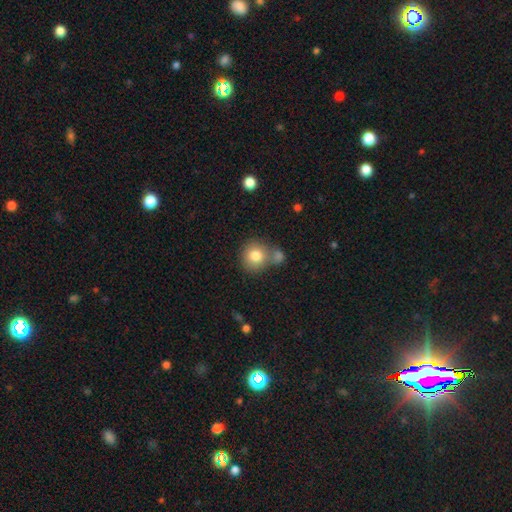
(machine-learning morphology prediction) The model was most divided on "merging": none: 56%, merger: 29%, minor disturbance: 11%, major disturbance: 4%. More confident: how rounded — round (87%); smooth or featured — smooth (81%).